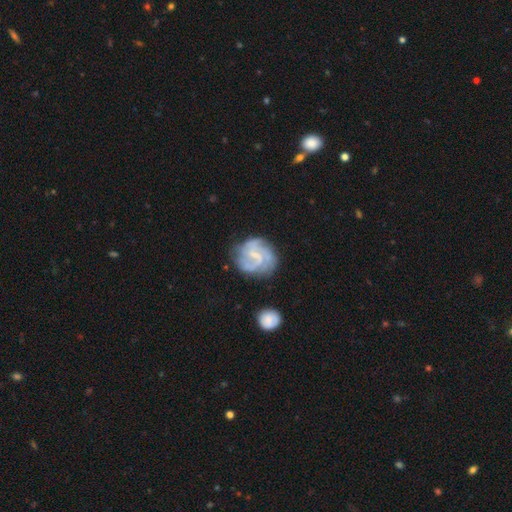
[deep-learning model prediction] Q: Smooth or featured?
A: featured or disk (80%); runner-up: smooth (14%)
Q: Edge-on disk?
A: no (98%); runner-up: yes (2%)
Q: Bar?
A: weak (56%); runner-up: no (31%)
Q: Spiral arms?
A: yes (93%); runner-up: no (7%)
Q: Spiral winding?
A: medium (44%); runner-up: tight (39%)
Q: Spiral arm count?
A: 2 (32%); runner-up: 3 (28%)
Q: Bulge size?
A: small (55%); runner-up: none (24%)
Q: Merging?
A: none (66%); runner-up: minor disturbance (20%)